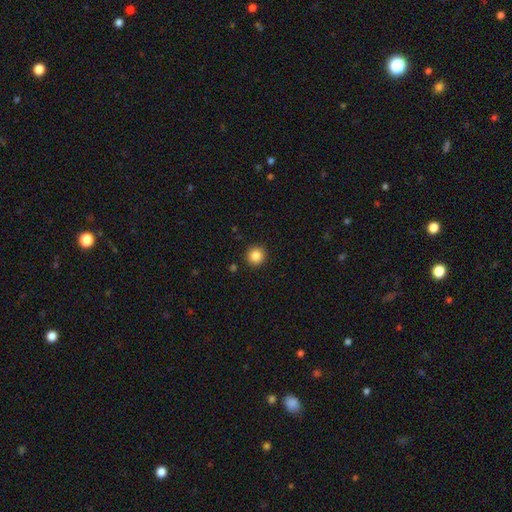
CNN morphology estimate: The model was most divided on "smooth or featured": smooth: 86%, star or artifact: 10%, featured or disk: 4%. More confident: how rounded — round (93%); merging — none (92%).